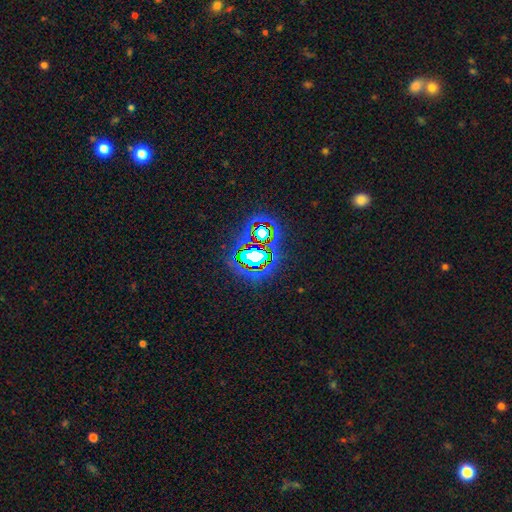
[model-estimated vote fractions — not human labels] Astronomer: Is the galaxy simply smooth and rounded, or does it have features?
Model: star or artifact — 71%.